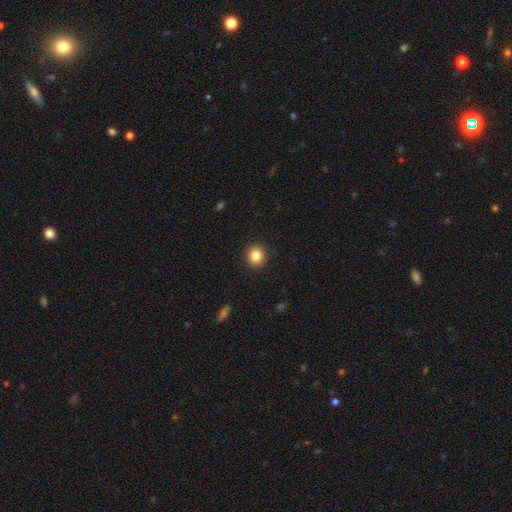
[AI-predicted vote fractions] Overall: smooth (85%). How rounded: round (84%). Merging: none (92%).